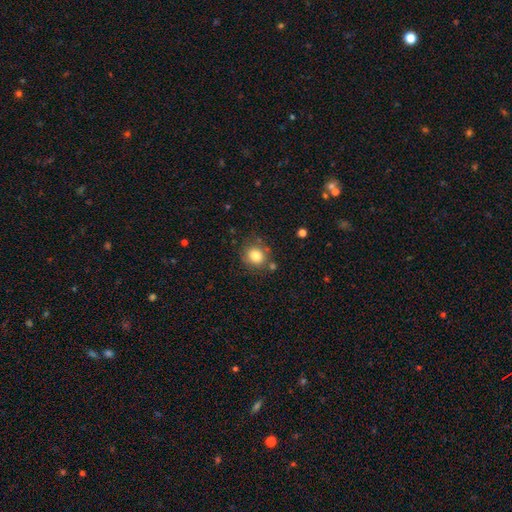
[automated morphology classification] A smooth galaxy with no disk features (81%) that is round (80%).

Vote fractions:
- Smooth or featured? smooth: 81% / star or artifact: 11% / featured or disk: 8%
- How rounded? round: 80% / in between: 19% / cigar-shaped: 1%
- Merging? none: 75% / minor disturbance: 14% / merger: 7% / major disturbance: 5%